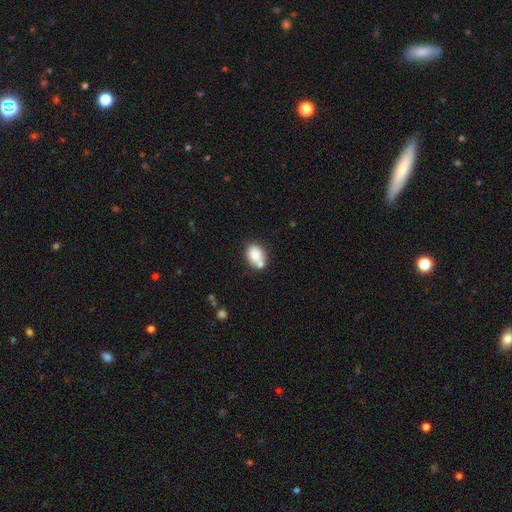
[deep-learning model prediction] Q: Smooth or featured?
A: smooth (81%); runner-up: featured or disk (11%)
Q: How rounded?
A: in between (75%); runner-up: round (24%)
Q: Merging?
A: none (54%); runner-up: merger (24%)